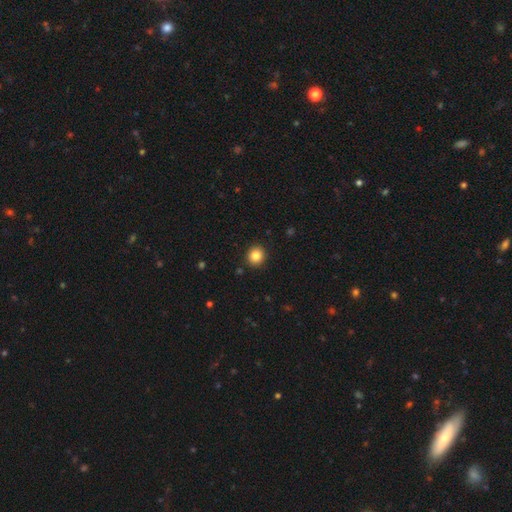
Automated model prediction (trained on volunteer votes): Q: Smooth or featured?
A: smooth (85%); runner-up: star or artifact (10%)
Q: How rounded?
A: round (86%); runner-up: in between (14%)
Q: Merging?
A: none (91%); runner-up: minor disturbance (6%)